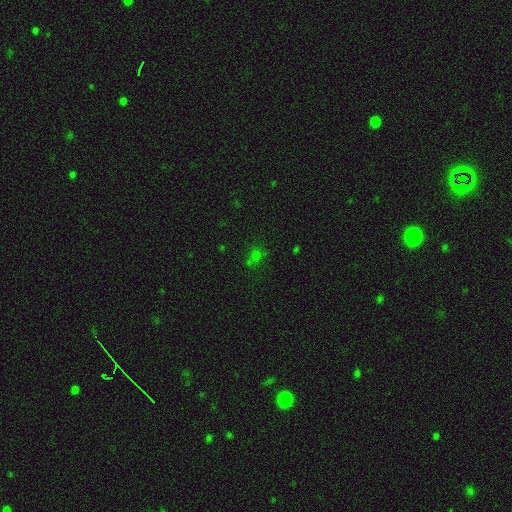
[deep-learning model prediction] Q: Smooth or featured?
A: smooth (52%); runner-up: star or artifact (39%)
Q: How rounded?
A: round (60%); runner-up: in between (38%)
Q: Merging?
A: none (67%); runner-up: minor disturbance (15%)